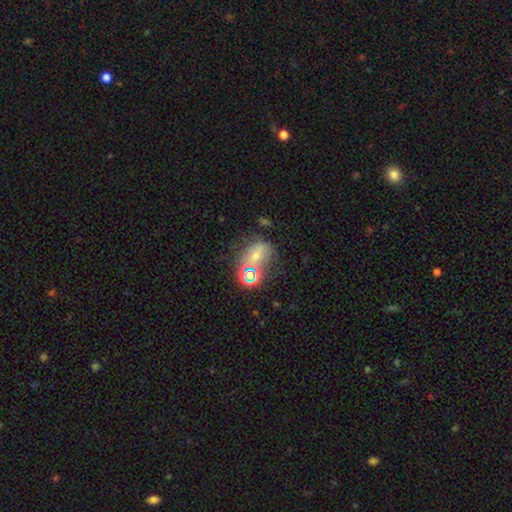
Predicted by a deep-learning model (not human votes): Smooth or featured: smooth — 44% (star or artifact — 29%)
Merging: none — 48% (minor disturbance — 21%)